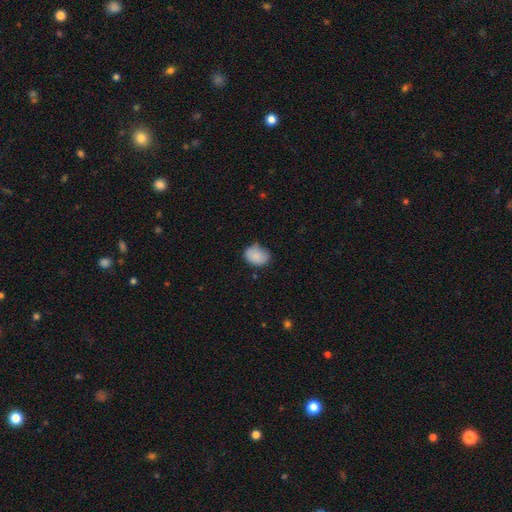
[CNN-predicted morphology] Q: Smooth or featured?
A: smooth (86%); runner-up: star or artifact (8%)
Q: How rounded?
A: in between (62%); runner-up: round (37%)
Q: Merging?
A: none (60%); runner-up: minor disturbance (31%)